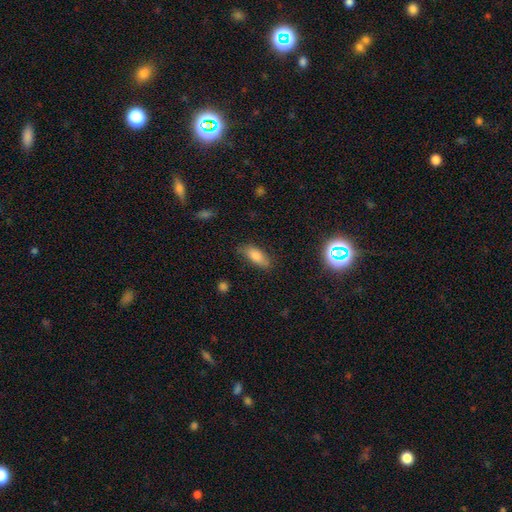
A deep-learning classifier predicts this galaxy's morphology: Smooth or featured: smooth — 78% (star or artifact — 11%)
How rounded: in between — 79% (cigar-shaped — 18%)
Merging: none — 75% (minor disturbance — 19%)